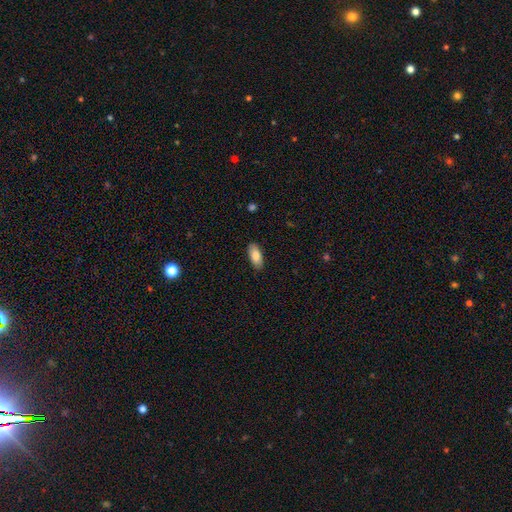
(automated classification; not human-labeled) This appears to be a smooth galaxy with no disk features (83%) that is in between round and cigar-shaped (86%). Merging: none (87%).